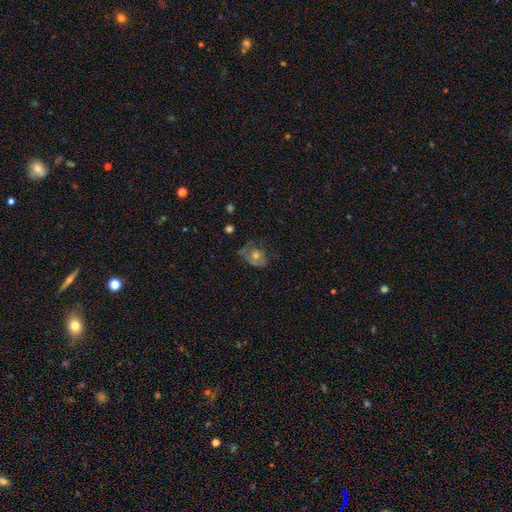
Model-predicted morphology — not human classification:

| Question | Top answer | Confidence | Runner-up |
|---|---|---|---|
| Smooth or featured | featured or disk | 51% | smooth (36%) |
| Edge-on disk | no | 95% | yes (5%) |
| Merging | none | 52% | minor disturbance (25%) |